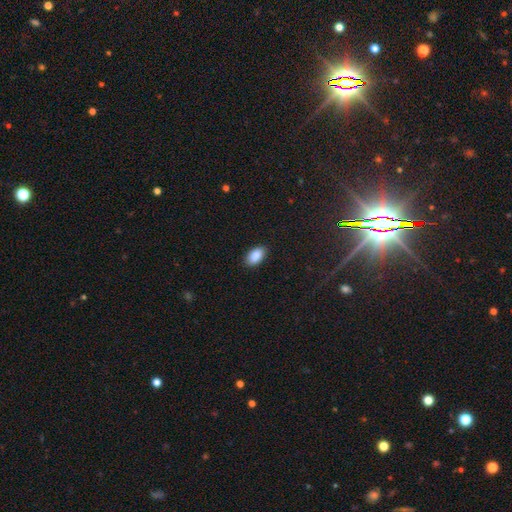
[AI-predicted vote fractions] This is clearly a smooth galaxy (89%). How rounded: clearly in between (94%). Merging: clearly none (88%).